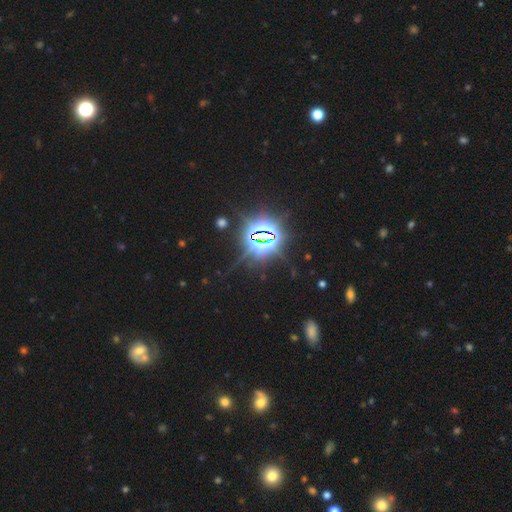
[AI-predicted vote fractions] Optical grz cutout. It shows a star or artifact, not a galaxy (83%).